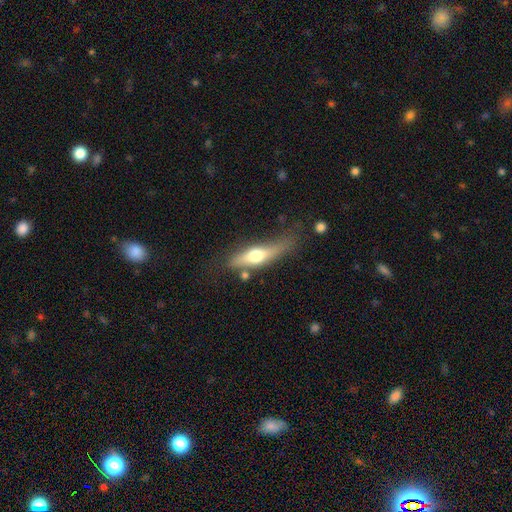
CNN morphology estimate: Q: Smooth or featured?
A: smooth (48%); runner-up: featured or disk (46%)
Q: Merging?
A: none (57%); runner-up: minor disturbance (25%)